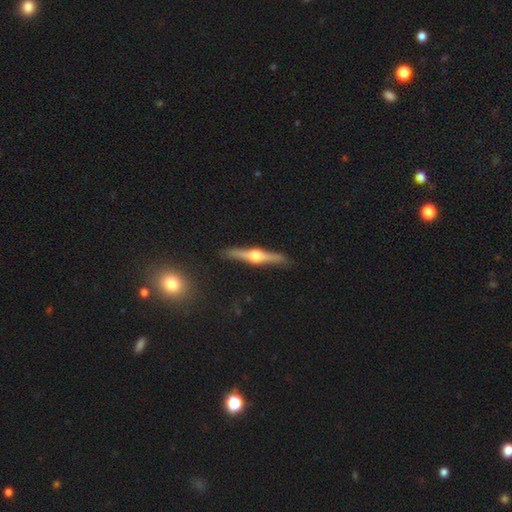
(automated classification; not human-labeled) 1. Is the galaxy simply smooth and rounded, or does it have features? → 78% featured or disk, 17% smooth, 5% star or artifact.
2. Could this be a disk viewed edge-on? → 98% yes, 2% no.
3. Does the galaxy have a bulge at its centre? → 96% rounded, 3% boxy, 2% none.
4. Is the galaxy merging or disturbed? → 90% none, 7% minor disturbance, 2% major disturbance, 1% merger.